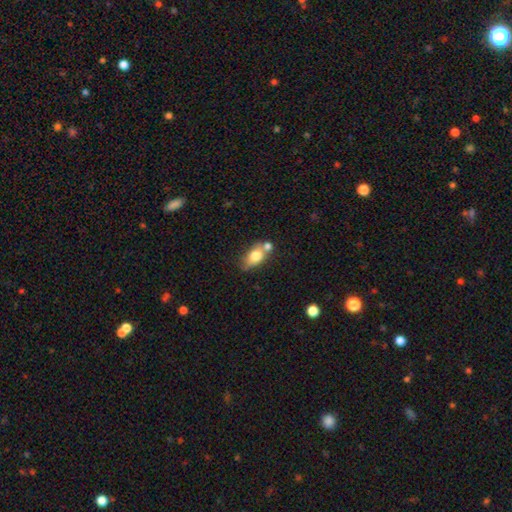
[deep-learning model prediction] This is likely a smooth galaxy (73%). How rounded: clearly in between (80%). Merging: possibly none (46%).